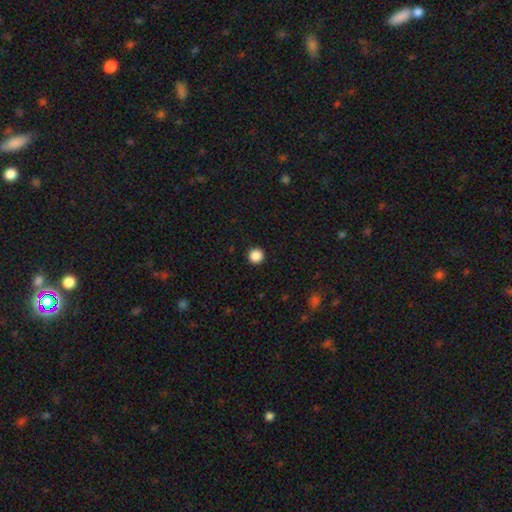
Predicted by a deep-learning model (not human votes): Smooth or featured: smooth — 87% (star or artifact — 10%)
How rounded: round — 96% (in between — 3%)
Merging: none — 94% (minor disturbance — 4%)